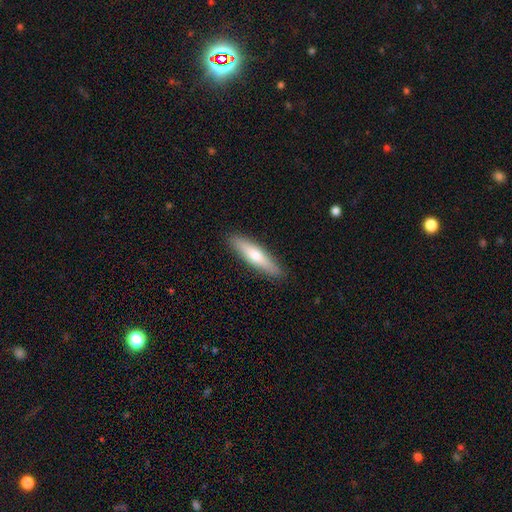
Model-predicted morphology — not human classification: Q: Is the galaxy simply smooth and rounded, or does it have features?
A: smooth — 62%.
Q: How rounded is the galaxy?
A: cigar-shaped — 79%.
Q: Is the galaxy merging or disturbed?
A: none — 89%.